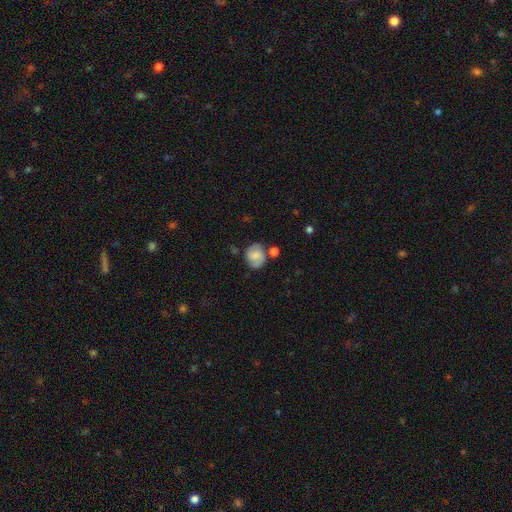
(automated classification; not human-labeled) Overall: smooth (59%; featured or disk 32%). How rounded: round (67%; in between 32%). Merging: none (63%).